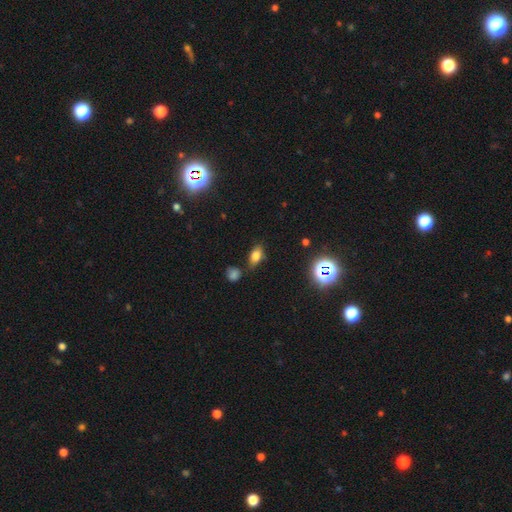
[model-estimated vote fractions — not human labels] Overall: smooth (72%). How rounded: in between (84%). Merging: none (75%).